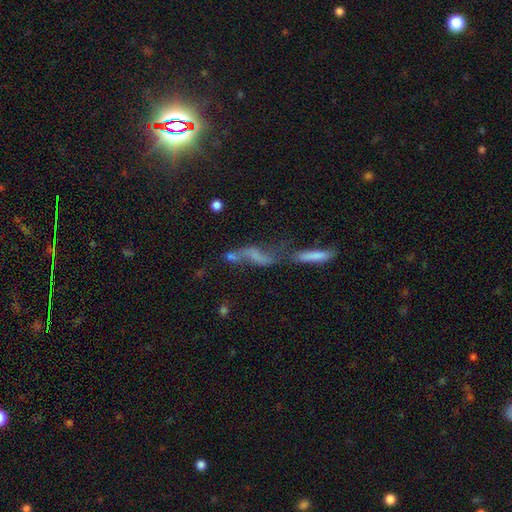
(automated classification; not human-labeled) Smooth or featured: featured or disk — 44% (smooth — 39%)
Merging: merger — 55% (none — 19%)